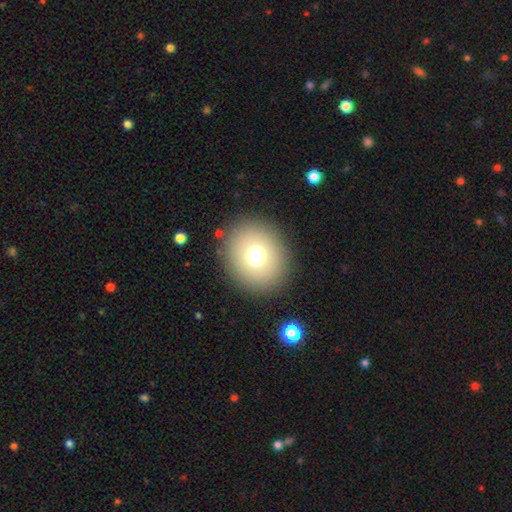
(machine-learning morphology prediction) smooth-or-featured: smooth: 72% | star or artifact: 14% | featured or disk: 14%
  how-rounded: round: 76% | in between: 23% | cigar-shaped: 1%
  merging: none: 89% | minor disturbance: 6% | major disturbance: 3% | merger: 1%